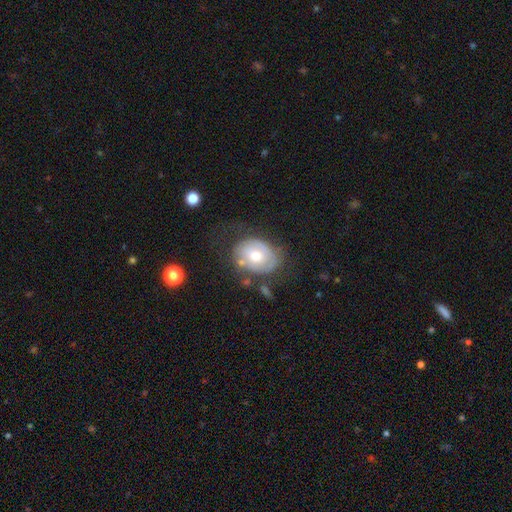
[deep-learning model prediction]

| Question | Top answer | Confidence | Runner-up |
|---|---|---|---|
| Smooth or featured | featured or disk | 58% | smooth (35%) |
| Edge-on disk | no | 95% | yes (5%) |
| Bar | no | 77% | weak (19%) |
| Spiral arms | yes | 61% | no (39%) |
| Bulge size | moderate | 71% | small (16%) |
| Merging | none | 54% | minor disturbance (25%) |